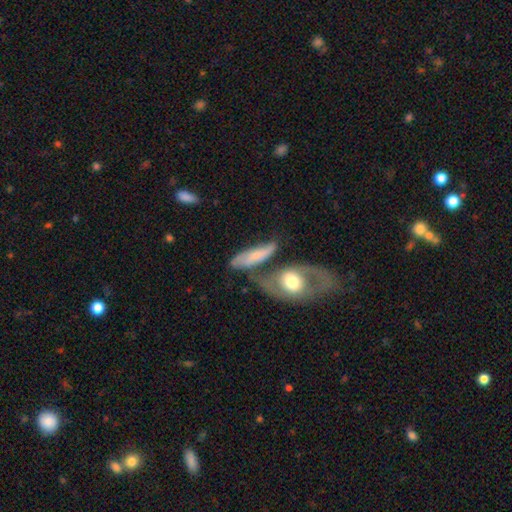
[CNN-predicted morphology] Smooth or featured? Predicted: featured or disk (p=0.48). Merging? Predicted: merger (p=0.39).